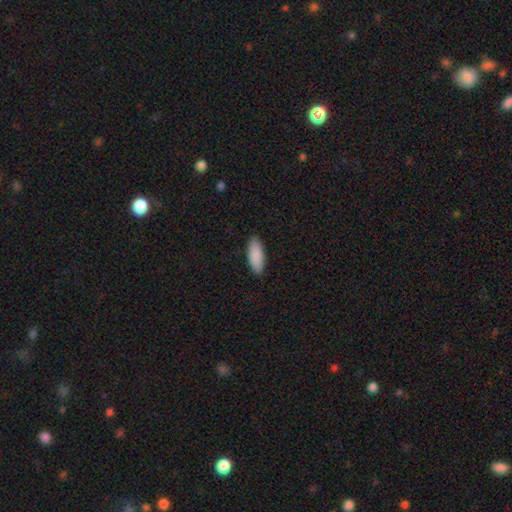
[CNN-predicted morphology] Q: Smooth or featured?
A: smooth (90%); runner-up: star or artifact (5%)
Q: How rounded?
A: in between (71%); runner-up: cigar-shaped (28%)
Q: Merging?
A: none (89%); runner-up: minor disturbance (8%)